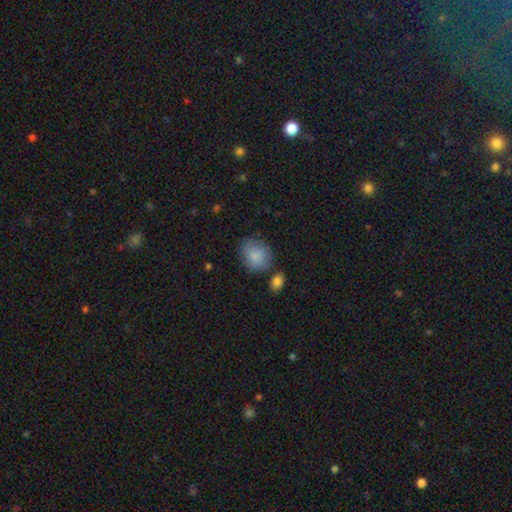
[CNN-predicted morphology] Smooth or featured? smooth (86%)
How rounded? round (60%)
Merging? none (69%)